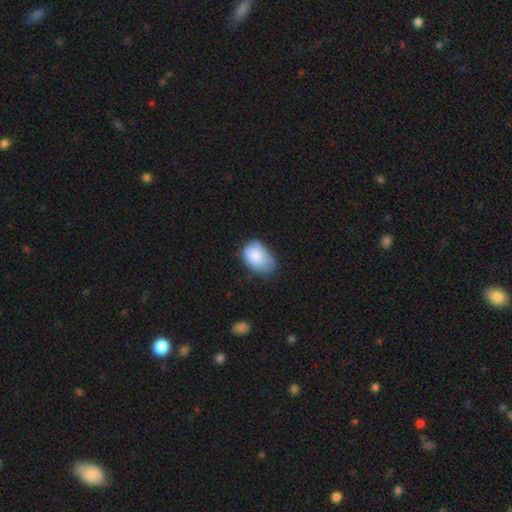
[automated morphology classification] smooth-or-featured: smooth: 83% | featured or disk: 10% | star or artifact: 8%
  how-rounded: in between: 82% | round: 17% | cigar-shaped: 1%
  merging: none: 44% | minor disturbance: 42% | major disturbance: 11% | merger: 2%